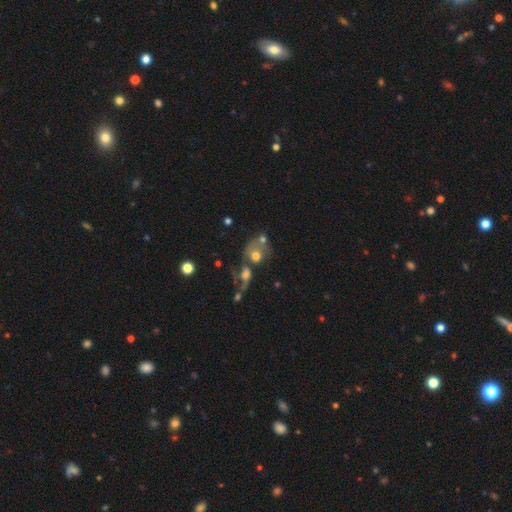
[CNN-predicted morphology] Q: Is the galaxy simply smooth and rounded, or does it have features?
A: smooth — 50%.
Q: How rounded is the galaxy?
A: round — 58%.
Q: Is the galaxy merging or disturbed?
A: merger — 59%.